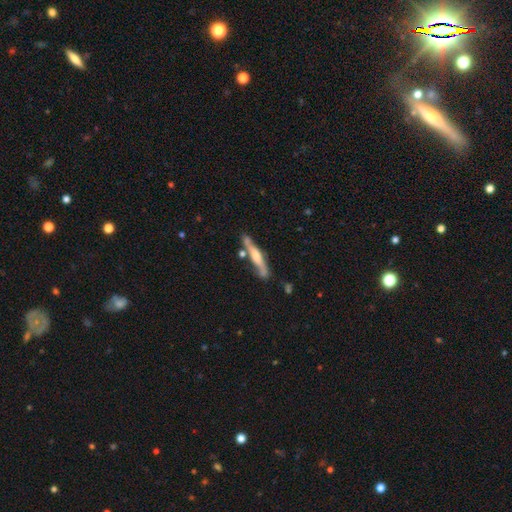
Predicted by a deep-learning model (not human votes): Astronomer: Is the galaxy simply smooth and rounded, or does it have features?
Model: featured or disk — 60%.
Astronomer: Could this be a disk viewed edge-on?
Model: yes — 89%.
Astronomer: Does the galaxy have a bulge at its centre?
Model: rounded — 66%.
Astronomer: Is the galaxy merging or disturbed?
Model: none — 71%.